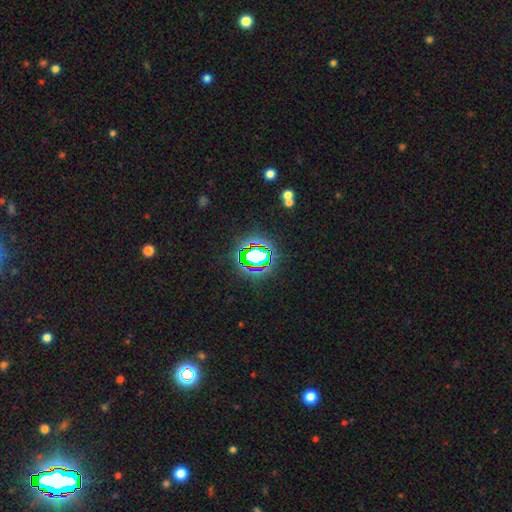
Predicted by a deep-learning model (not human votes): This is likely a star or artifact rather than a galaxy (67%).